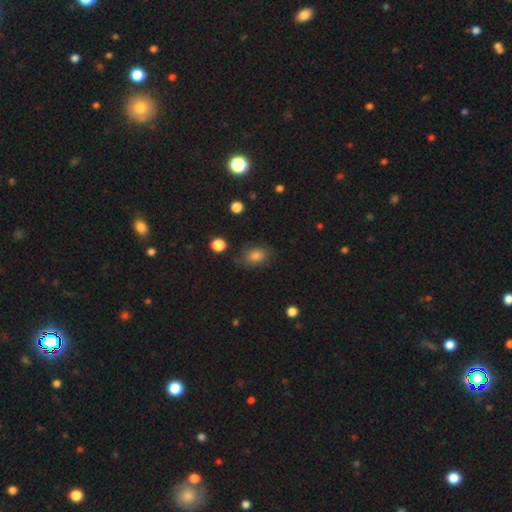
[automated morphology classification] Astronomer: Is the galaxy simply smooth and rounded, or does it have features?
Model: smooth — 73%.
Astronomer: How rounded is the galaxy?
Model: in between — 71%.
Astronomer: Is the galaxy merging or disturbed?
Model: none — 72%.